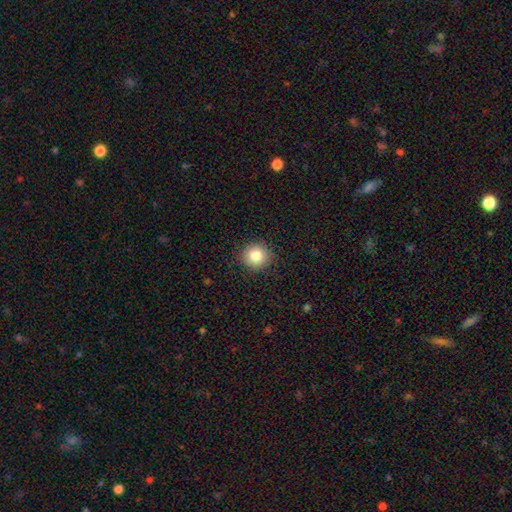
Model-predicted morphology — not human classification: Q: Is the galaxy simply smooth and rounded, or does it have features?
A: smooth — 82%.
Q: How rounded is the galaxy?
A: round — 93%.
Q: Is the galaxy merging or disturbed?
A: none — 91%.